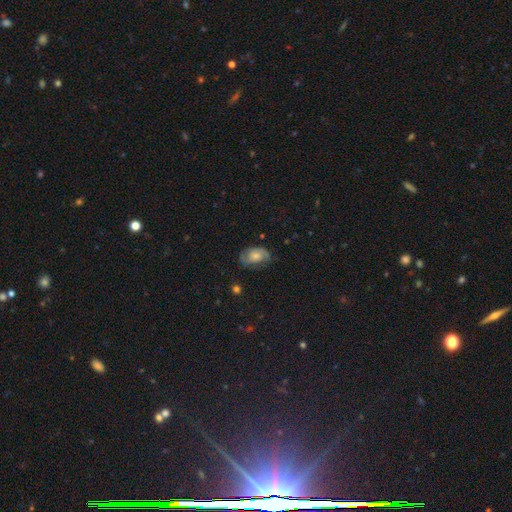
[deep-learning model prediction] The model was most divided on "smooth or featured": featured or disk: 52%, smooth: 39%, star or artifact: 9%. More confident: edge-on disk — no (95%); merging — none (66%).